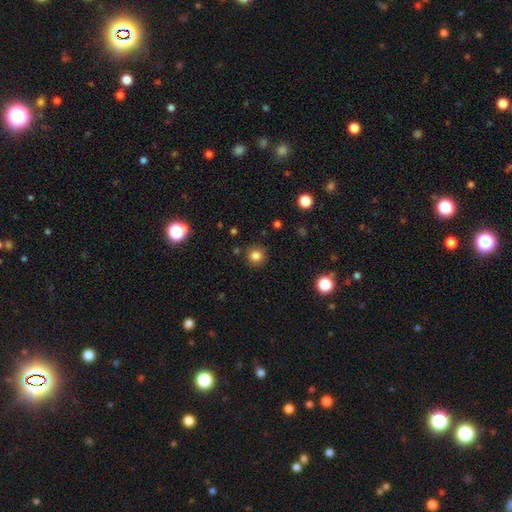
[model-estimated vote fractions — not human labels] Smooth or featured?
  - smooth: 83% *
  - star or artifact: 13%
  - featured or disk: 5%
How rounded?
  - round: 92% *
  - in between: 7%
  - cigar-shaped: 1%
Merging?
  - none: 87% *
  - minor disturbance: 8%
  - major disturbance: 3%
  - merger: 2%